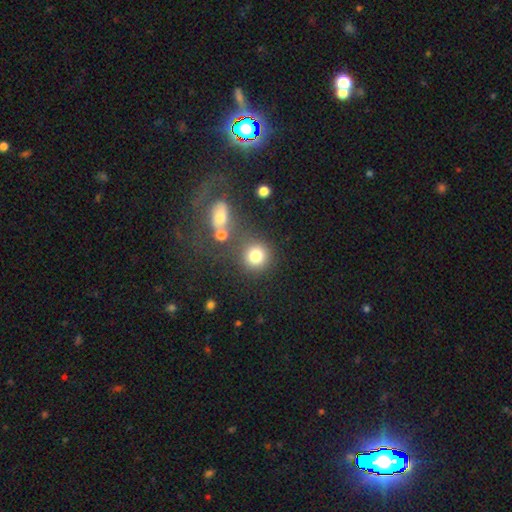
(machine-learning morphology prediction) Smooth or featured? Predicted: smooth (p=0.79). How rounded? Predicted: round (p=0.89). Merging? Predicted: none (p=0.67).